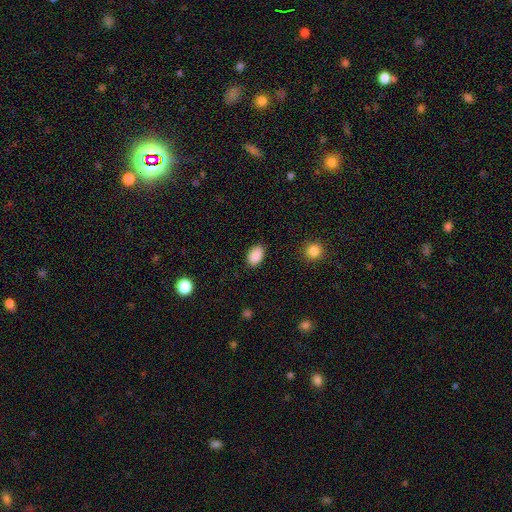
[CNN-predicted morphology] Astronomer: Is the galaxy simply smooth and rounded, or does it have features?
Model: smooth — 89%.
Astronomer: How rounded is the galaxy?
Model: in between — 87%.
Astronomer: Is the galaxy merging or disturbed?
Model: none — 86%.